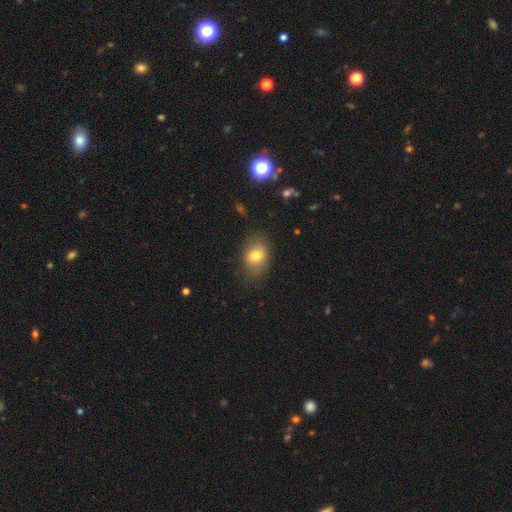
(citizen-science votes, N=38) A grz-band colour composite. It shows a smooth galaxy with no disk features (82%) that is in between round and cigar-shaped (65%). Merging: none (70%).